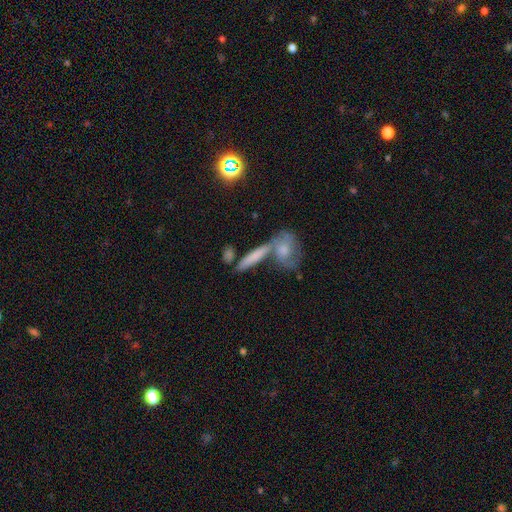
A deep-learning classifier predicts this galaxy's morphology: The model was most divided on "smooth or featured": featured or disk: 44%, smooth: 40%, star or artifact: 17%. Remaining: merging — none (47%).